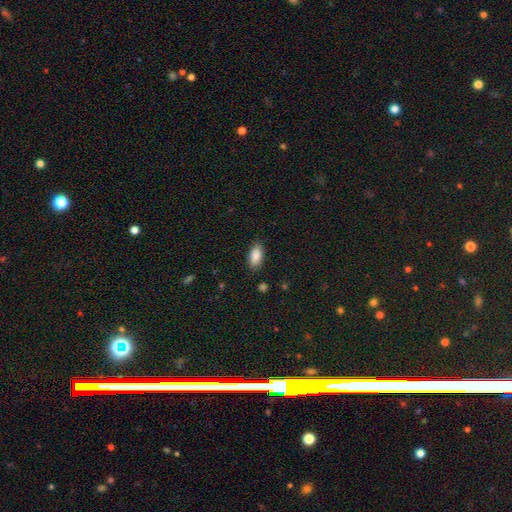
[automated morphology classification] The model was most divided on "merging": none: 84%, minor disturbance: 12%, major disturbance: 3%, merger: 1%. More confident: how rounded — in between (92%); smooth or featured — smooth (88%).